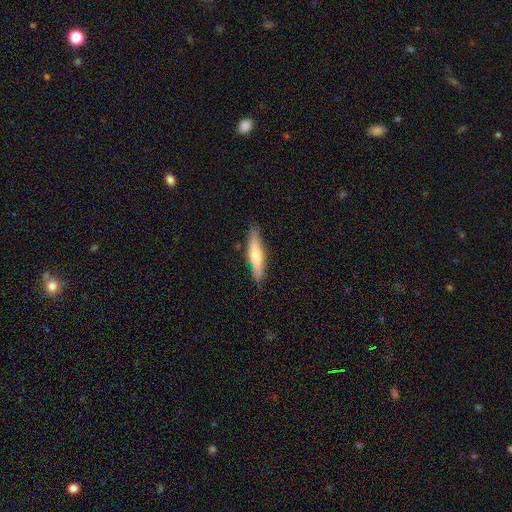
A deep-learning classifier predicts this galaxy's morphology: Smooth or featured? smooth (57%)
How rounded? cigar-shaped (84%)
Merging? none (87%)